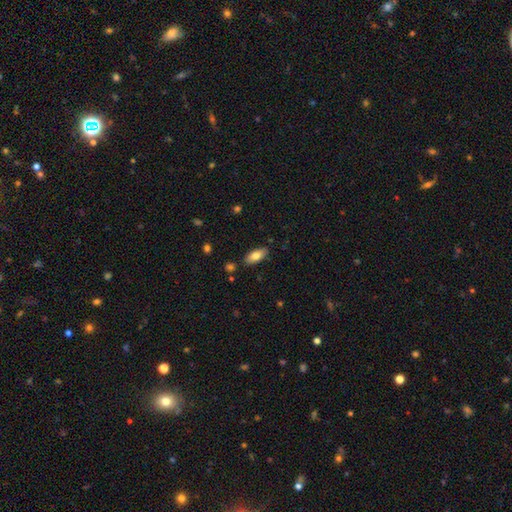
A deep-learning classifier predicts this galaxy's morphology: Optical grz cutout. It shows a smooth galaxy with no disk features (78%) that is in between round and cigar-shaped (86%). Merging: none (84%).